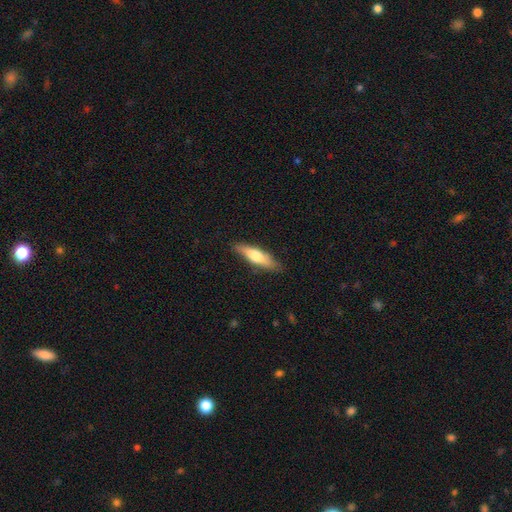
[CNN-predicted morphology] This appears to be a smooth galaxy with no disk features (59%) that is cigar-shaped (70%). Merging: none (82%).